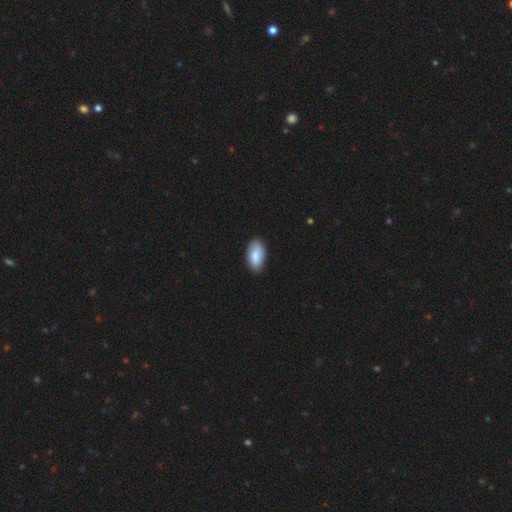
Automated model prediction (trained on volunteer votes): The model was most divided on "merging": none: 85%, minor disturbance: 12%, major disturbance: 2%, merger: 1%. More confident: how rounded — in between (94%); smooth or featured — smooth (85%).